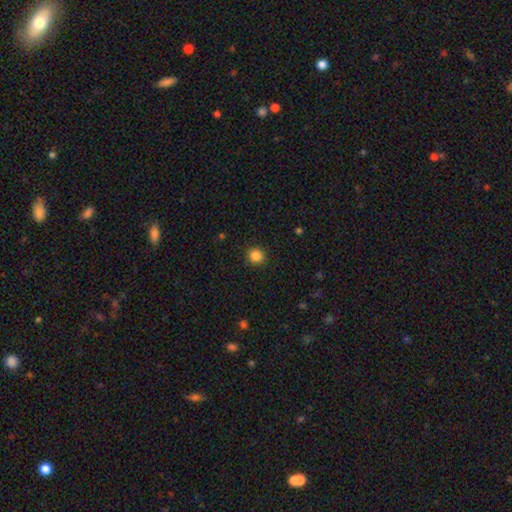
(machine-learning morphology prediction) Q: Smooth or featured?
A: smooth (85%); runner-up: star or artifact (11%)
Q: How rounded?
A: round (90%); runner-up: in between (9%)
Q: Merging?
A: none (91%); runner-up: minor disturbance (6%)